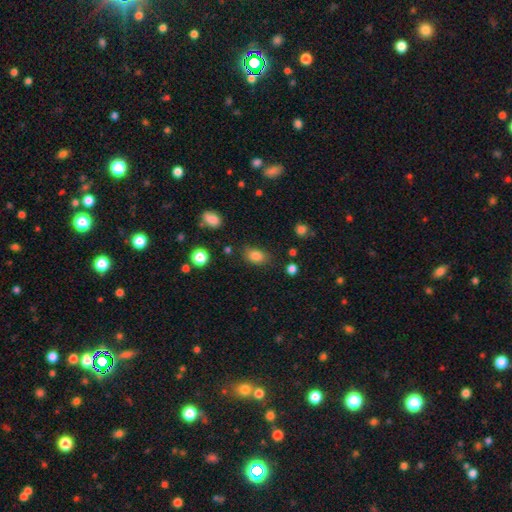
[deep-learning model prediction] This appears to be a smooth galaxy with no disk features (83%) that is in between round and cigar-shaped (81%). Merging: none (74%).